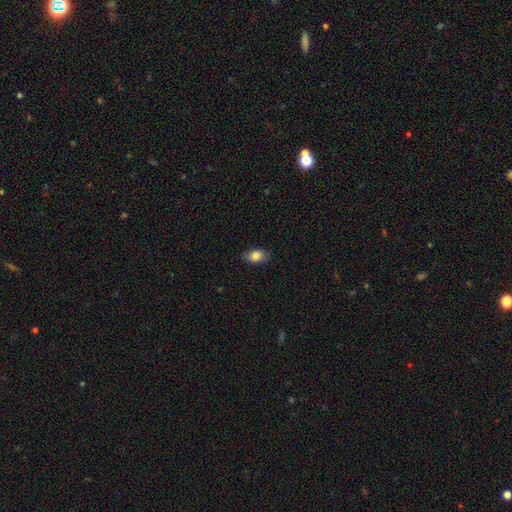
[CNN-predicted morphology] Q: Smooth or featured?
A: smooth (84%); runner-up: featured or disk (8%)
Q: How rounded?
A: in between (86%); runner-up: round (11%)
Q: Merging?
A: none (82%); runner-up: minor disturbance (14%)